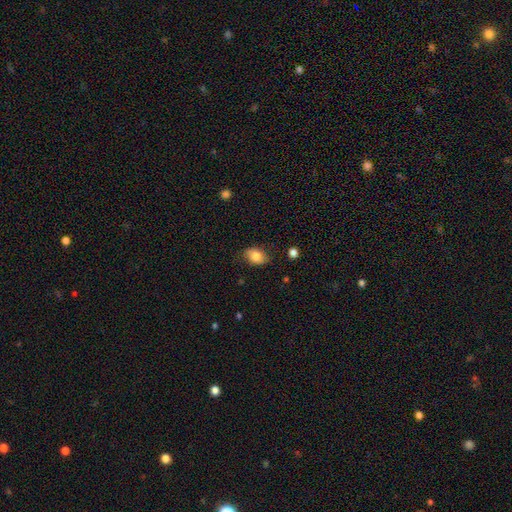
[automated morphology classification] A smooth galaxy with no disk features (81%) that is in between round and cigar-shaped (78%).

Vote fractions:
- Smooth or featured? smooth: 81% / featured or disk: 11% / star or artifact: 8%
- How rounded? in between: 78% / round: 20% / cigar-shaped: 1%
- Merging? none: 77% / minor disturbance: 18% / major disturbance: 4% / merger: 1%